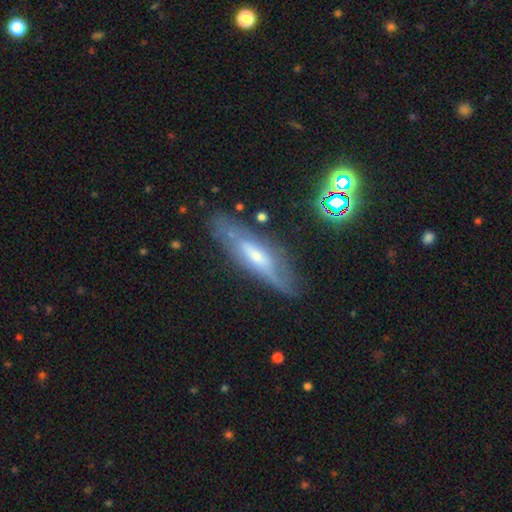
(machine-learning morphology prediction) Overall: featured or disk (60%; smooth 31%). Edge-on disk: yes (58%; no 42%). Merging: none (73%).